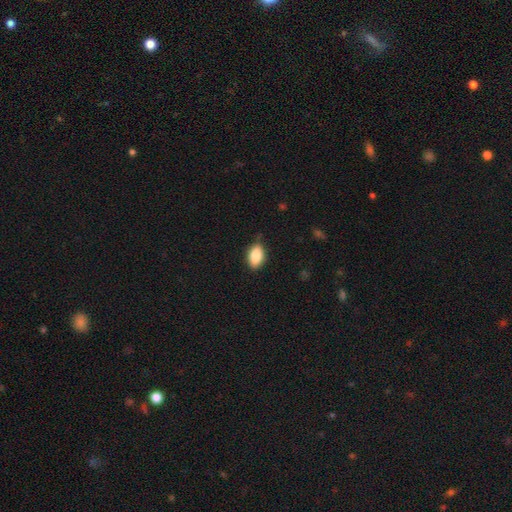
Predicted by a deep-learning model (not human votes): This appears to be a smooth galaxy with no disk features (83%) that is in between round and cigar-shaped (89%). Merging: none (79%).